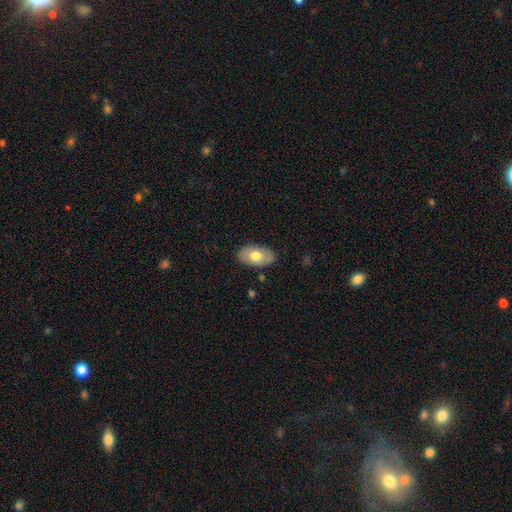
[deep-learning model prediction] smooth_or_featured: smooth (p=0.67) [alt: featured or disk p=0.27]
how_rounded: in between (p=0.92) [alt: round p=0.06]
merging: none (p=0.85) [alt: minor disturbance p=0.11]